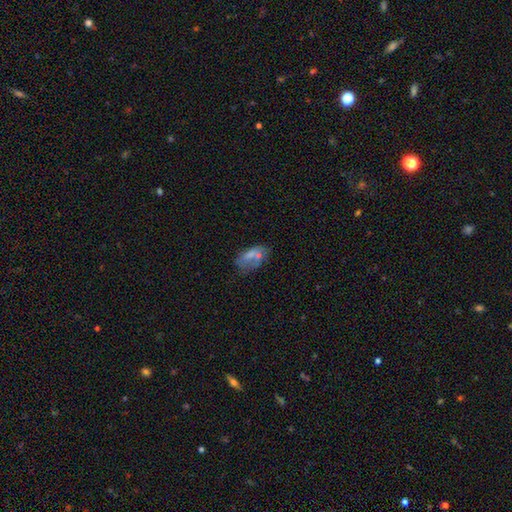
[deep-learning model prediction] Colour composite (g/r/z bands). It shows a smooth galaxy with no disk features (53%) that is in between round and cigar-shaped (88%). Merging: none (41%).